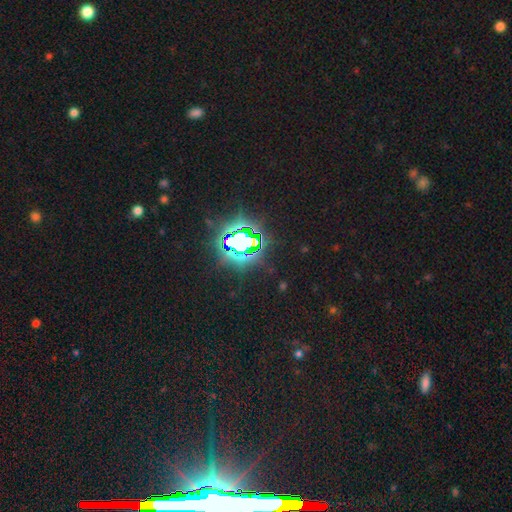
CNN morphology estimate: Overall: star or artifact (81%).